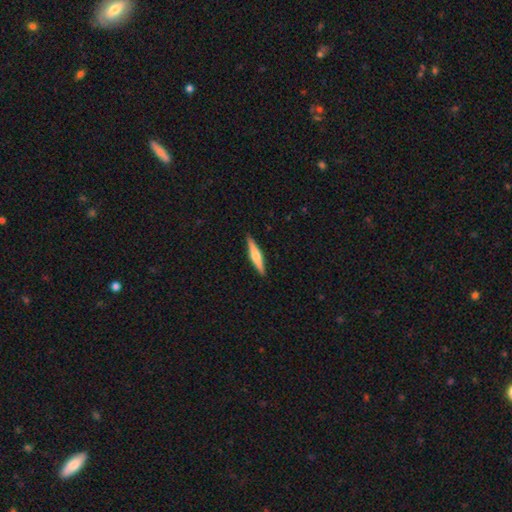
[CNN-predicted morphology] Smooth or featured? Predicted: featured or disk (p=0.55). Edge-on disk? Predicted: yes (p=0.97). Edge-on bulge? Predicted: rounded (p=0.86). Merging? Predicted: none (p=0.91).